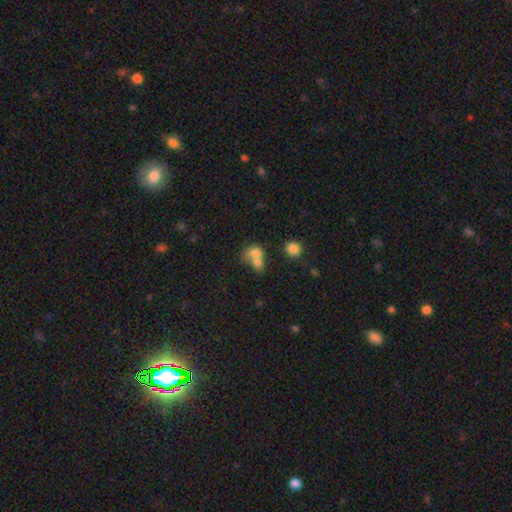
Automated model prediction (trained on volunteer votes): This appears to be a smooth galaxy with no disk features (72%) that is round (54%). Merging: merger (68%).